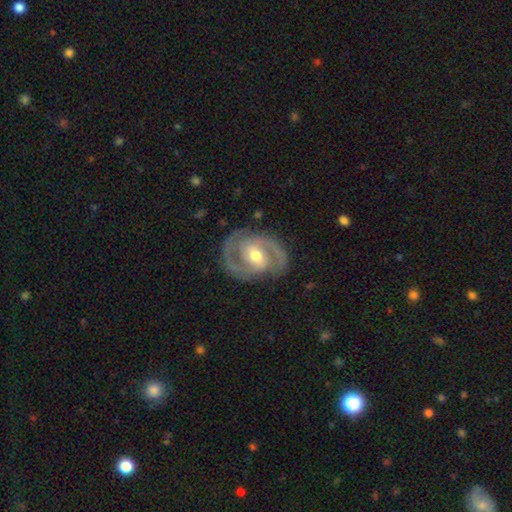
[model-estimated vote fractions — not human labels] Smooth or featured?
  - featured or disk: 89% *
  - smooth: 7%
  - star or artifact: 5%
Edge-on disk?
  - no: 97% *
  - yes: 3%
Bar?
  - weak: 47% *
  - no: 31%
  - strong: 21%
Spiral arms?
  - yes: 96% *
  - no: 4%
Spiral winding?
  - medium: 55% *
  - tight: 34%
  - loose: 11%
Spiral arm count?
  - 2: 89% *
  - can't tell: 4%
  - 3: 3%
  - 1: 2%
  - 4: 1%
  - more than 4: 1%
Bulge size?
  - moderate: 70% *
  - small: 23%
  - large: 5%
  - none: 1%
  - dominant: 1%
Merging?
  - none: 81% *
  - minor disturbance: 13%
  - major disturbance: 5%
  - merger: 1%